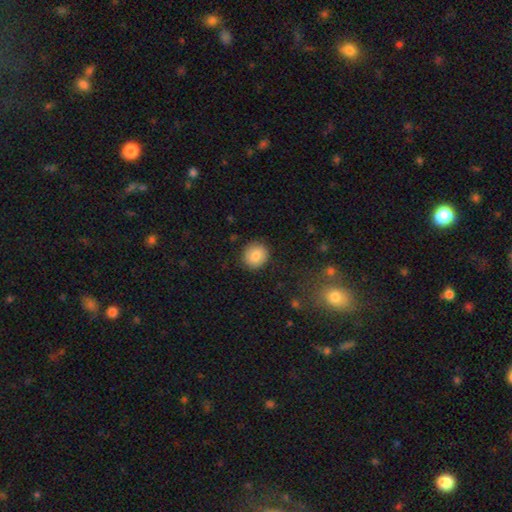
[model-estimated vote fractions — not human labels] Smooth or featured? smooth (82%)
How rounded? round (79%)
Merging? none (87%)